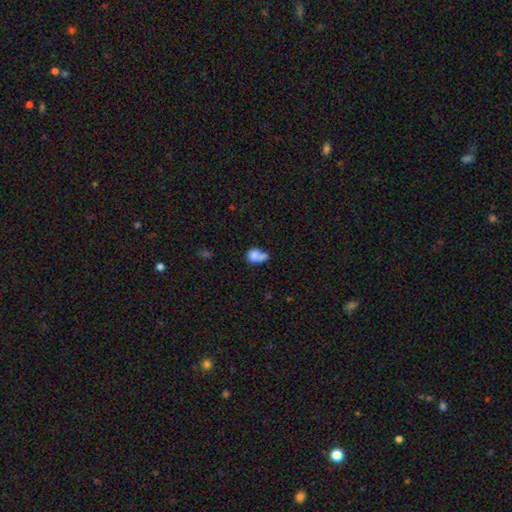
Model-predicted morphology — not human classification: The model was most divided on "merging": merger: 38%, none: 28%, minor disturbance: 18%, major disturbance: 16%. More confident: smooth or featured — smooth (74%); how rounded — in between (62%).